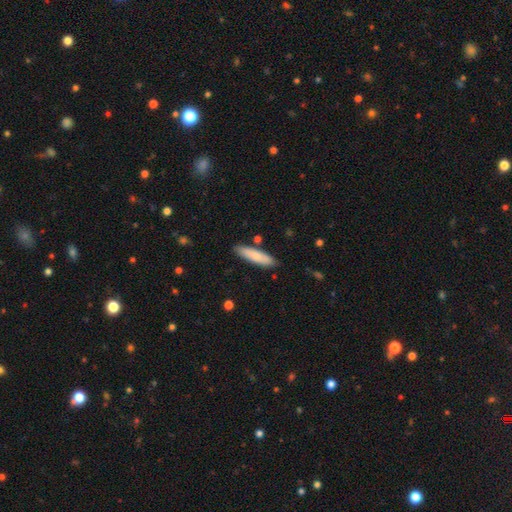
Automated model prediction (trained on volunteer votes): This appears to be a smooth galaxy with no disk features (78%) that is cigar-shaped (73%). Merging: none (85%).